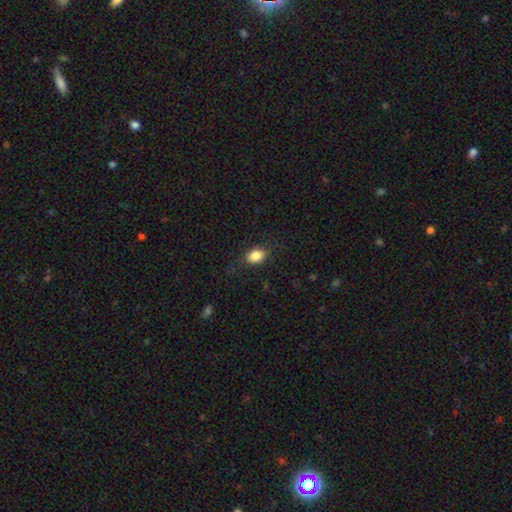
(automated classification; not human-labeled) A smooth galaxy with no disk features (85%) that is in between round and cigar-shaped (72%).

Vote fractions:
- Smooth or featured? smooth: 85% / star or artifact: 9% / featured or disk: 6%
- How rounded? in between: 72% / round: 27% / cigar-shaped: 1%
- Merging? none: 81% / minor disturbance: 13% / major disturbance: 4% / merger: 1%